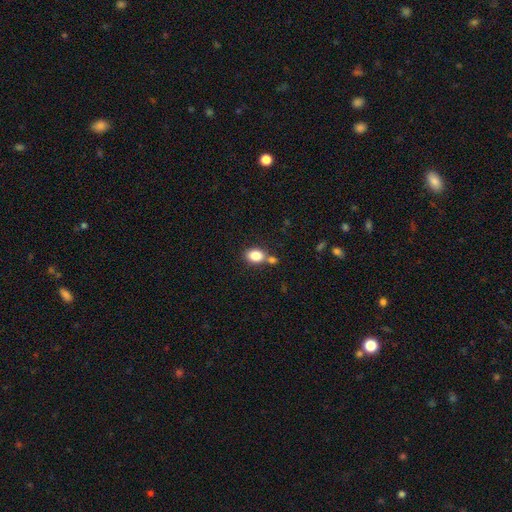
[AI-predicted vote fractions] Smooth or featured?
  - smooth: 83% *
  - star or artifact: 9%
  - featured or disk: 7%
How rounded?
  - in between: 71% *
  - round: 28%
  - cigar-shaped: 1%
Merging?
  - none: 59% *
  - merger: 24%
  - minor disturbance: 13%
  - major disturbance: 4%